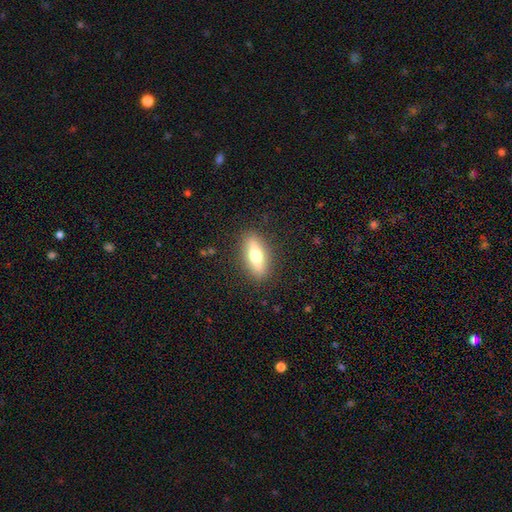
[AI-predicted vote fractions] A smooth galaxy with no disk features (56%) that is in between round and cigar-shaped (62%). Merging: none (87%).